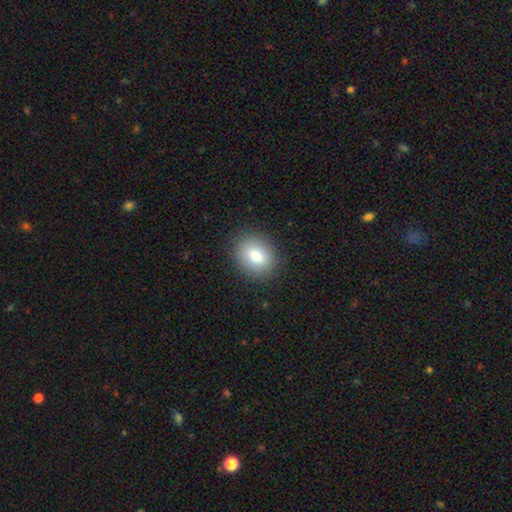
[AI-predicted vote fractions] Overall: smooth (82%). How rounded: in between (52%; round 47%). Merging: none (88%).